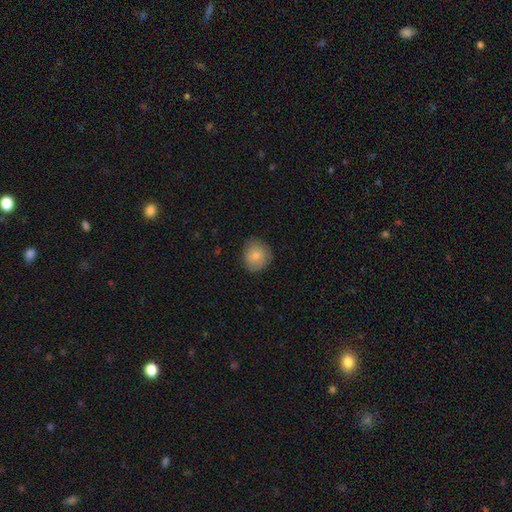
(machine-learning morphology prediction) A smooth galaxy with no disk features (78%) that is round (80%).

Vote fractions:
- Smooth or featured? smooth: 78% / featured or disk: 15% / star or artifact: 7%
- How rounded? round: 80% / in between: 19% / cigar-shaped: 1%
- Merging? none: 78% / minor disturbance: 17% / major disturbance: 4% / merger: 1%